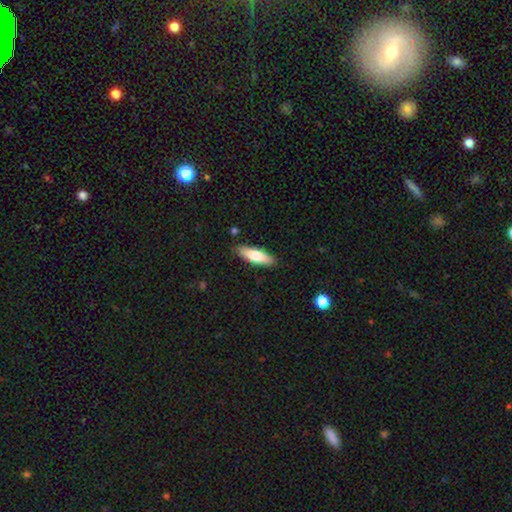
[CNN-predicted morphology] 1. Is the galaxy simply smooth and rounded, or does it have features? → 74% smooth, 21% featured or disk, 6% star or artifact.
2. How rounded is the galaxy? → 50% in between, 48% cigar-shaped, 2% round.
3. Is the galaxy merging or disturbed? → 87% none, 10% minor disturbance, 2% major disturbance, 1% merger.